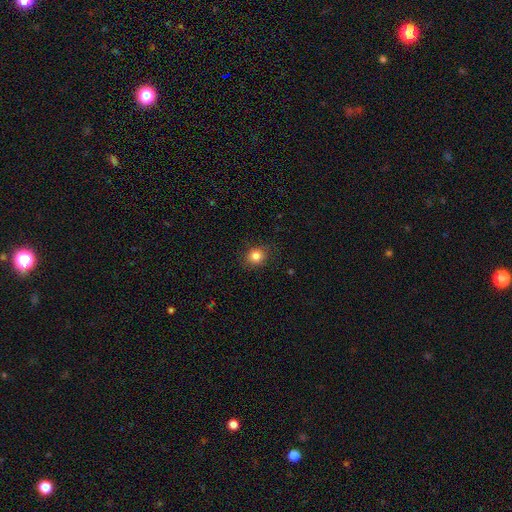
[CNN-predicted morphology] Q: Smooth or featured?
A: smooth (84%); runner-up: star or artifact (11%)
Q: How rounded?
A: round (78%); runner-up: in between (21%)
Q: Merging?
A: none (88%); runner-up: minor disturbance (9%)